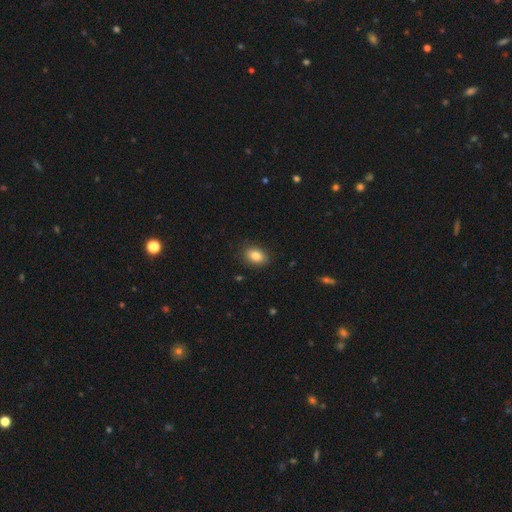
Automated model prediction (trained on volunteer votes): A smooth galaxy with no disk features (84%) that is in between round and cigar-shaped (81%).

Vote fractions:
- Smooth or featured? smooth: 84% / star or artifact: 9% / featured or disk: 7%
- How rounded? in between: 81% / round: 18% / cigar-shaped: 1%
- Merging? none: 86% / minor disturbance: 10% / major disturbance: 2% / merger: 1%